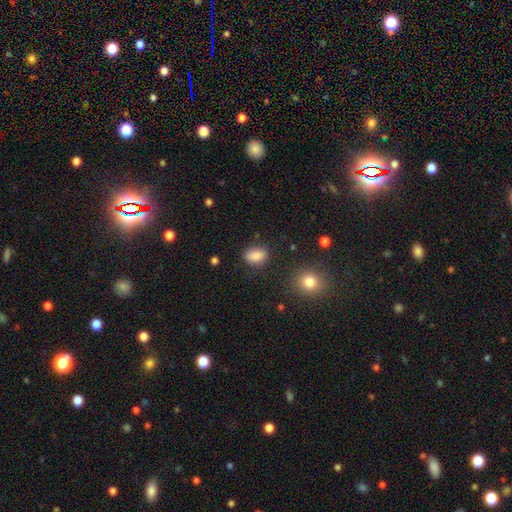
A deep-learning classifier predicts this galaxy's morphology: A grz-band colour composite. It shows a smooth galaxy with no disk features (86%) that is in between round and cigar-shaped (81%). Merging: none (78%).